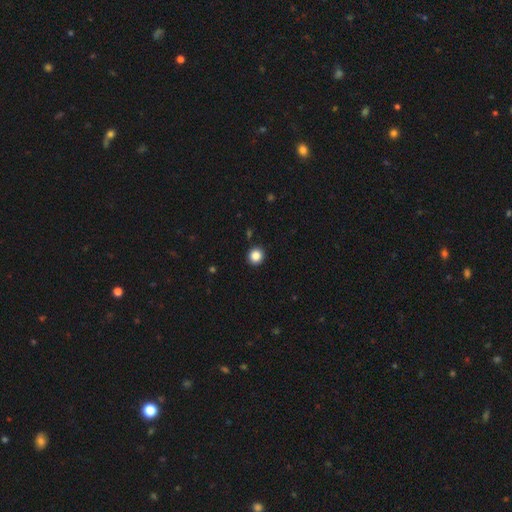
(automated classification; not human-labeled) This is clearly a smooth galaxy (86%). How rounded: clearly round (89%). Merging: clearly none (92%).